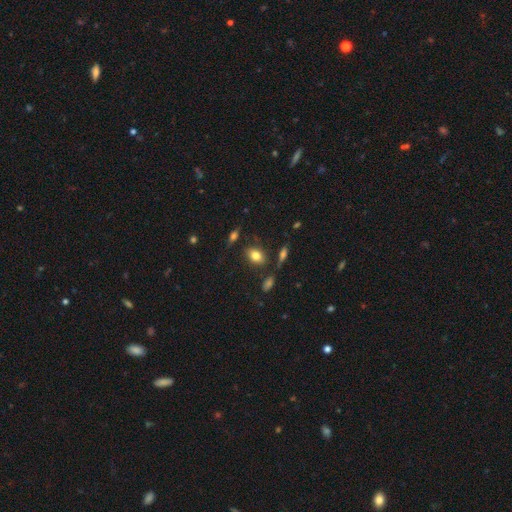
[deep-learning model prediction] This appears to be a smooth galaxy with no disk features (80%) that is in between round and cigar-shaped (76%). Merging: none (78%).